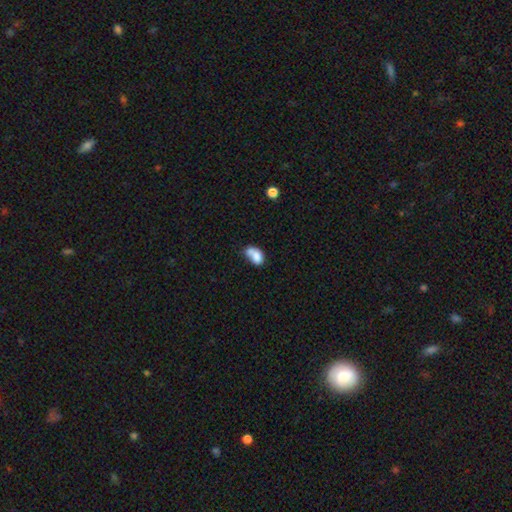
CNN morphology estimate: Smooth or featured?
  - smooth: 75% *
  - featured or disk: 15%
  - star or artifact: 10%
How rounded?
  - in between: 80% *
  - round: 18%
  - cigar-shaped: 2%
Merging?
  - merger: 48% *
  - none: 24%
  - minor disturbance: 17%
  - major disturbance: 11%